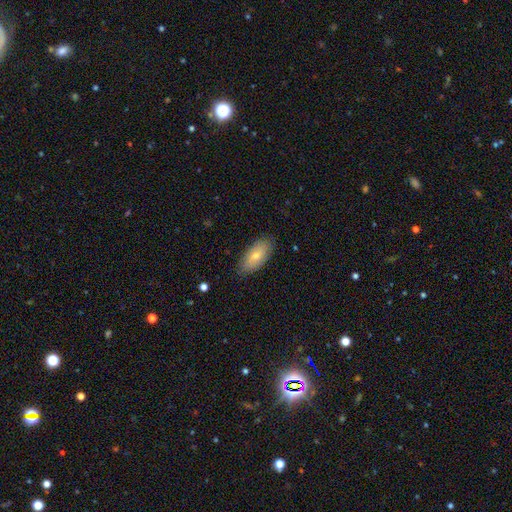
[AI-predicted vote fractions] smooth 66%, featured or disk 26%, star or artifact 8%. Down the decision tree: how rounded — in between (87%); merging — none (85%).